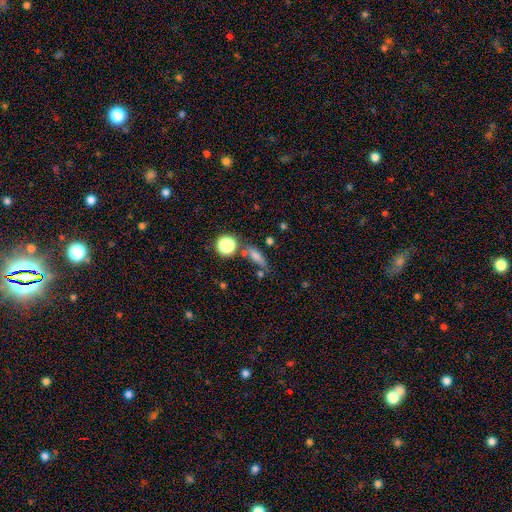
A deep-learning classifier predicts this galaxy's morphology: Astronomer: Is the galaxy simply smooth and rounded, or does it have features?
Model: smooth — 70%.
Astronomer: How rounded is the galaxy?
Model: cigar-shaped — 51% (runner-up: in between, 37%).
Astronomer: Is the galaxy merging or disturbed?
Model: none — 69%.